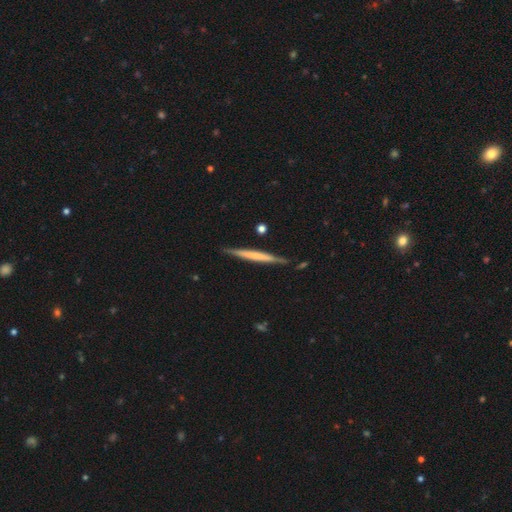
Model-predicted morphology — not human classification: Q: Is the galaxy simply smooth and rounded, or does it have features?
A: smooth — 49%.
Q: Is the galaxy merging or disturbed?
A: none — 84%.